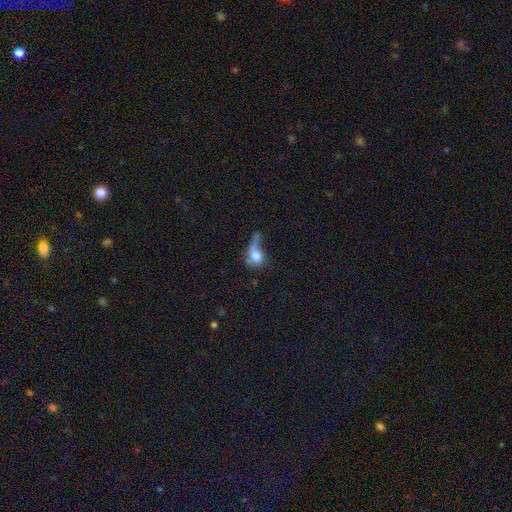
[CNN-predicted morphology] The model was most divided on "how rounded": in between: 51%, round: 42%, cigar-shaped: 7%. Remaining: smooth or featured — smooth (62%); merging — major disturbance (45%).